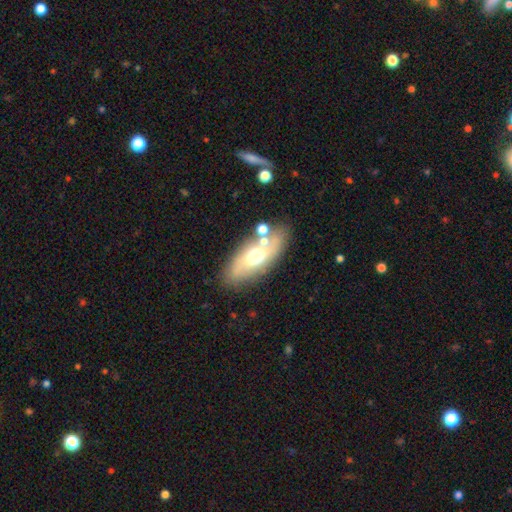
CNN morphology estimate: Smooth or featured?
  - smooth: 53% *
  - featured or disk: 37%
  - star or artifact: 9%
How rounded?
  - in between: 80% *
  - cigar-shaped: 15%
  - round: 5%
Merging?
  - none: 70% *
  - minor disturbance: 14%
  - merger: 10%
  - major disturbance: 5%